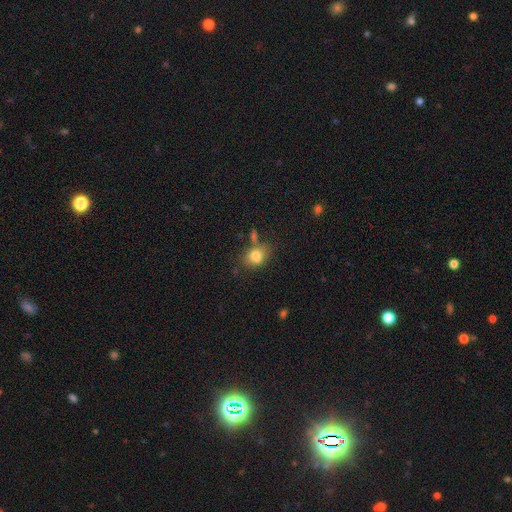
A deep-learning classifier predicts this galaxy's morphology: smooth 78%, featured or disk 12%, star or artifact 10%. Down the decision tree: how rounded — in between (64%); merging — none (56%).